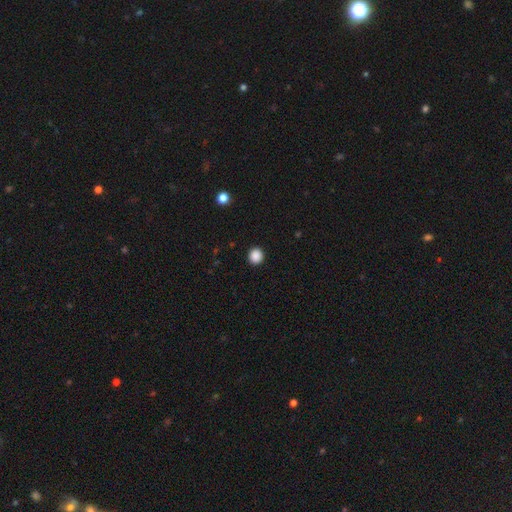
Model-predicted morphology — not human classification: A smooth galaxy with no disk features (88%) that is round (91%). Merging: none (93%).